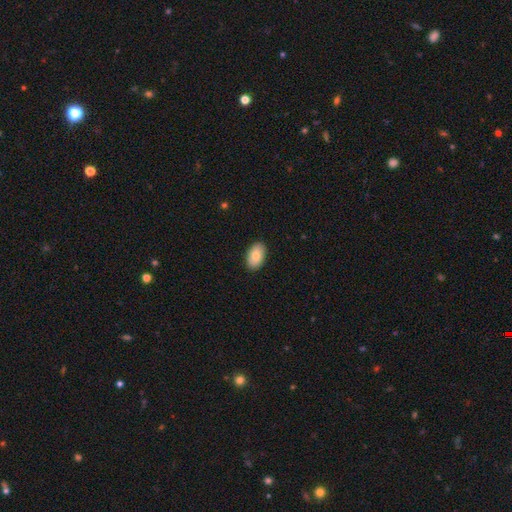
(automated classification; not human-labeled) smooth 82%, featured or disk 12%, star or artifact 6%. Down the decision tree: how rounded — in between (93%); merging — none (89%).